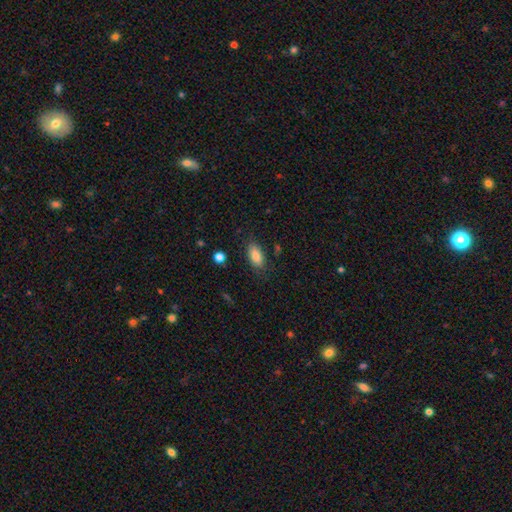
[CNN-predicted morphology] Q: Smooth or featured?
A: smooth (85%); runner-up: star or artifact (8%)
Q: How rounded?
A: in between (90%); runner-up: cigar-shaped (7%)
Q: Merging?
A: none (80%); runner-up: minor disturbance (14%)